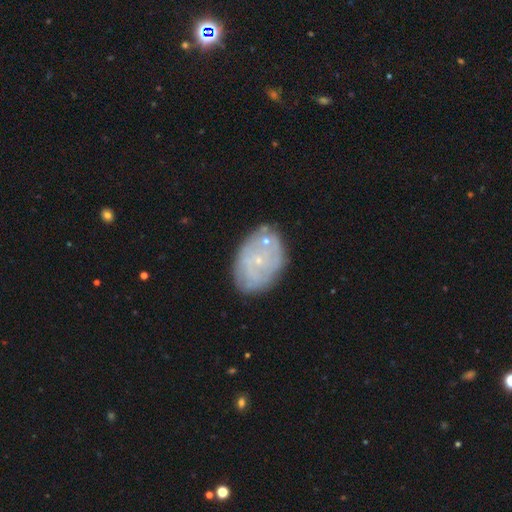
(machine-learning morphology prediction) smooth_or_featured: featured or disk (p=0.56) [alt: smooth p=0.31]
disk_edge_on: no (p=0.95) [alt: yes p=0.05]
bar: no (p=0.80) [alt: weak p=0.16]
has_spiral_arms: yes (p=0.55) [alt: no p=0.45]
bulge_size: small (p=0.82) [alt: moderate p=0.12]
merging: none (p=0.75) [alt: minor disturbance p=0.15]